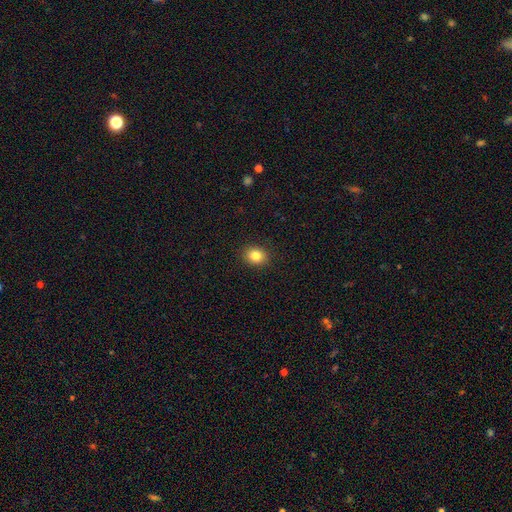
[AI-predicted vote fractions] Morphology: type=smooth (83%); roundness=round (61%); merging=none (91%).